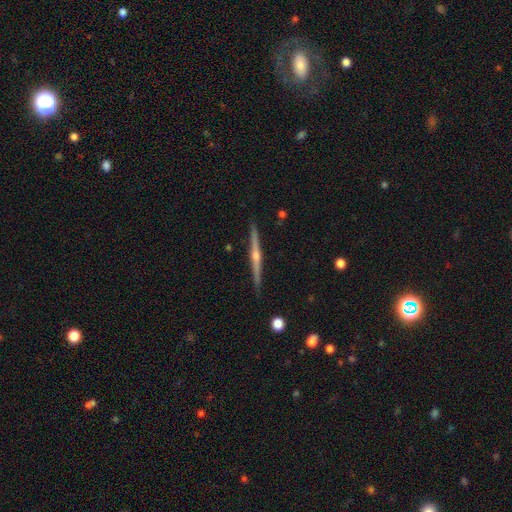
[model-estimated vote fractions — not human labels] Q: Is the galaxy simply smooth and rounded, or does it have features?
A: featured or disk — 78%.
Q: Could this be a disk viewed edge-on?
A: yes — 97%.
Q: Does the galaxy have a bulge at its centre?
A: rounded — 81%.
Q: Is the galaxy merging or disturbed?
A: none — 89%.